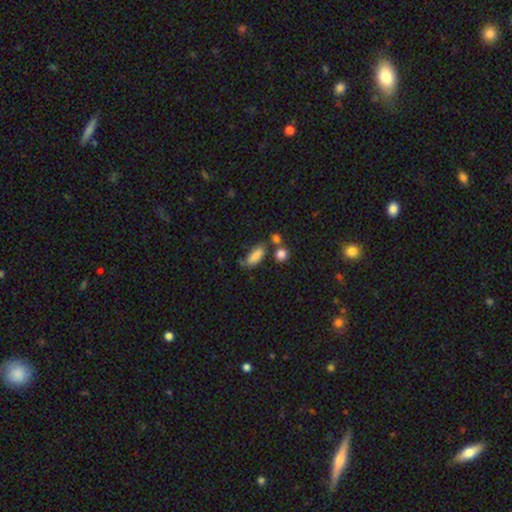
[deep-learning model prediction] smooth-or-featured: smooth: 81% | featured or disk: 10% | star or artifact: 9%
  how-rounded: in between: 82% | cigar-shaped: 13% | round: 5%
  merging: none: 50% | minor disturbance: 26% | merger: 15% | major disturbance: 10%